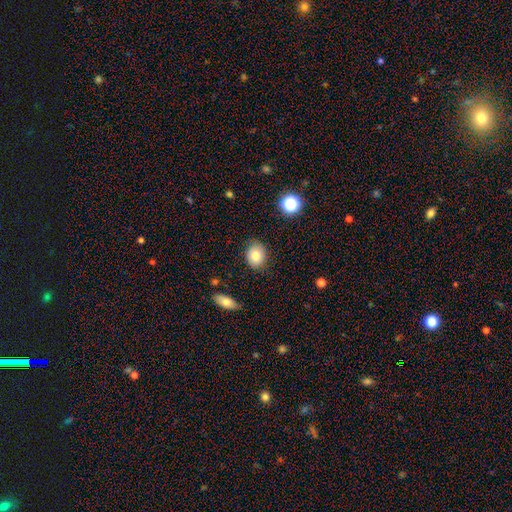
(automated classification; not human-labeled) Smooth or featured? Predicted: smooth (p=0.80). How rounded? Predicted: in between (p=0.50). Merging? Predicted: none (p=0.85).